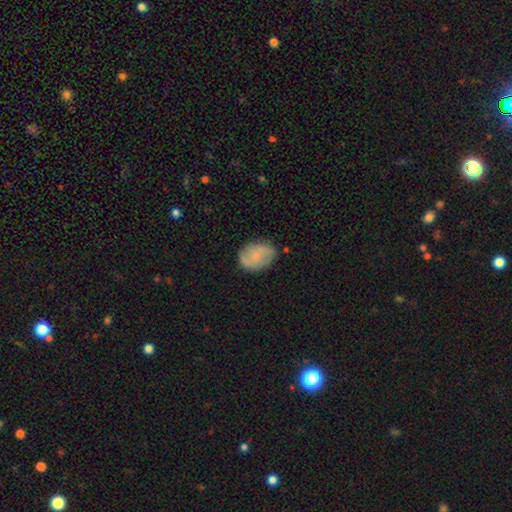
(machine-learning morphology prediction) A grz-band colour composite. It shows a smooth galaxy with no disk features (51%) that is in between round and cigar-shaped (70%). Merging: none (78%).